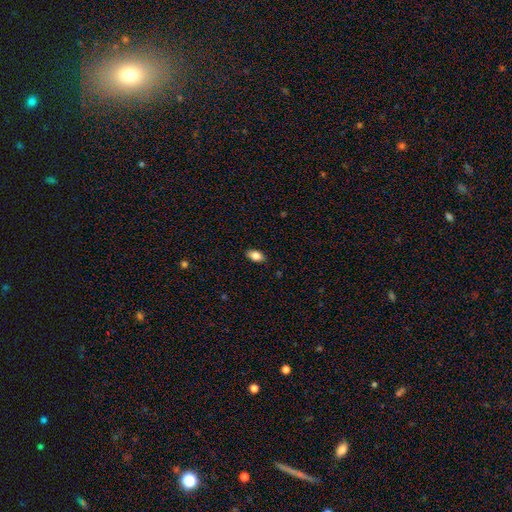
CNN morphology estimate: Smooth or featured? smooth (84%)
How rounded? in between (90%)
Merging? none (87%)